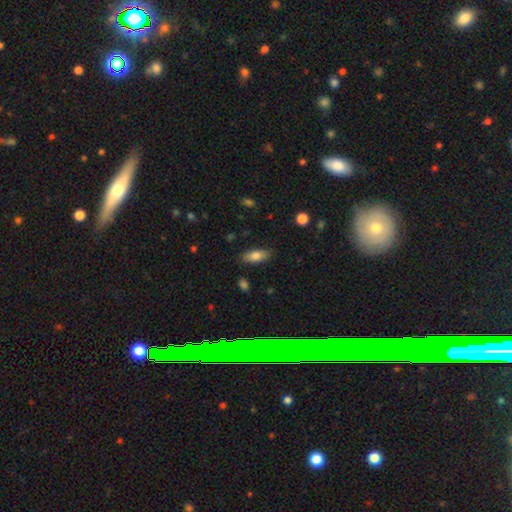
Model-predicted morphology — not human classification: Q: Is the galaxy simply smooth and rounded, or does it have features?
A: smooth — 80%.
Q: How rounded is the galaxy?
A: in between — 80%.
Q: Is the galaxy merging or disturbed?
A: none — 84%.